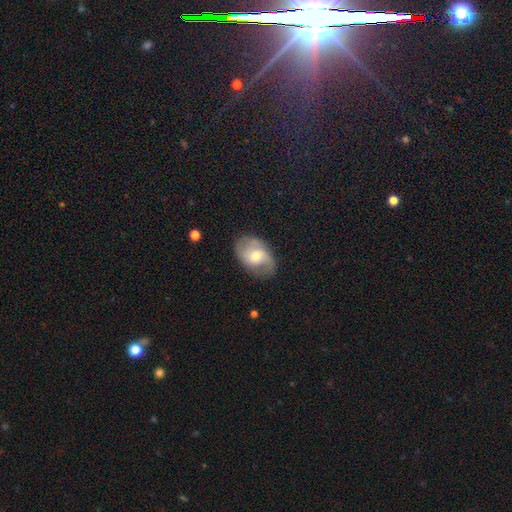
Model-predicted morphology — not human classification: featured or disk 61%, smooth 33%, star or artifact 7%. Down the decision tree: edge-on disk — no (96%); bar — no (58%); spiral arms — yes (84%); bulge size — moderate (60%); merging — none (71%).